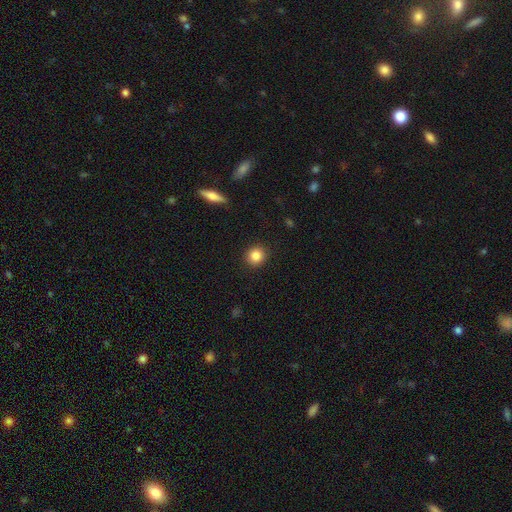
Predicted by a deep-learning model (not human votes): This appears to be a smooth galaxy with no disk features (85%) that is round (89%). Merging: none (91%).